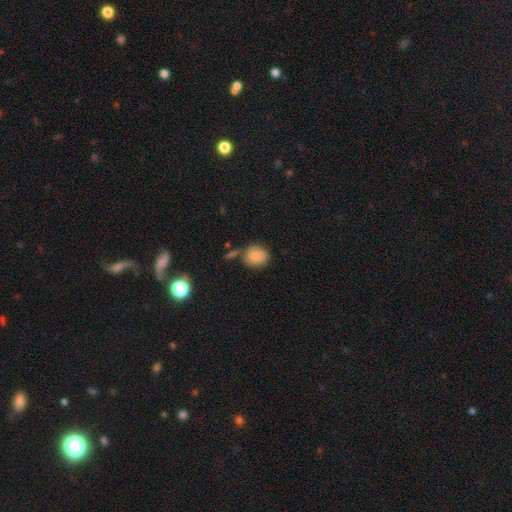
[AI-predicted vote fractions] smooth-or-featured: smooth: 85% | star or artifact: 8% | featured or disk: 7%
  how-rounded: round: 76% | in between: 23% | cigar-shaped: 1%
  merging: none: 65% | minor disturbance: 16% | merger: 15% | major disturbance: 4%